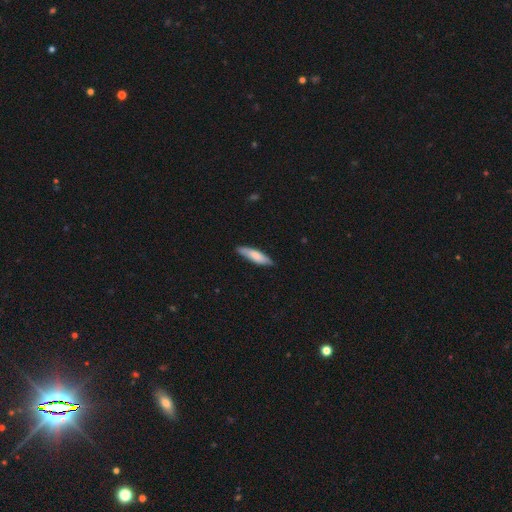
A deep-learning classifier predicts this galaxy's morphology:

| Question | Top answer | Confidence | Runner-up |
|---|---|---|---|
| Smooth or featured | smooth | 74% | featured or disk (21%) |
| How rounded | cigar-shaped | 69% | in between (30%) |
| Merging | none | 84% | minor disturbance (13%) |